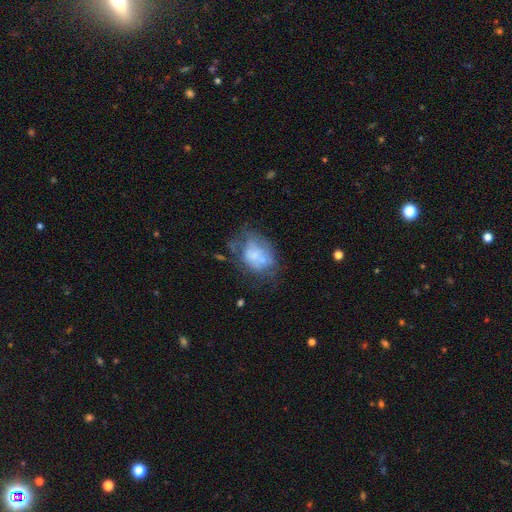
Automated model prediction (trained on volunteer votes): The model was most divided on "smooth or featured": smooth: 45%, featured or disk: 44%, star or artifact: 11%. Remaining: merging — none (37%).